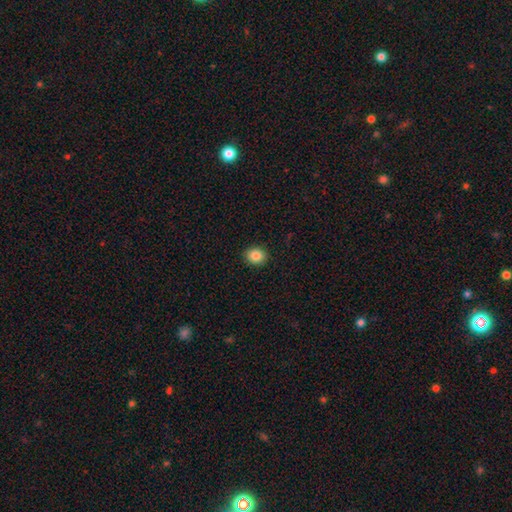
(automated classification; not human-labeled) Q: Smooth or featured?
A: smooth (86%); runner-up: star or artifact (9%)
Q: How rounded?
A: round (65%); runner-up: in between (35%)
Q: Merging?
A: none (91%); runner-up: minor disturbance (7%)